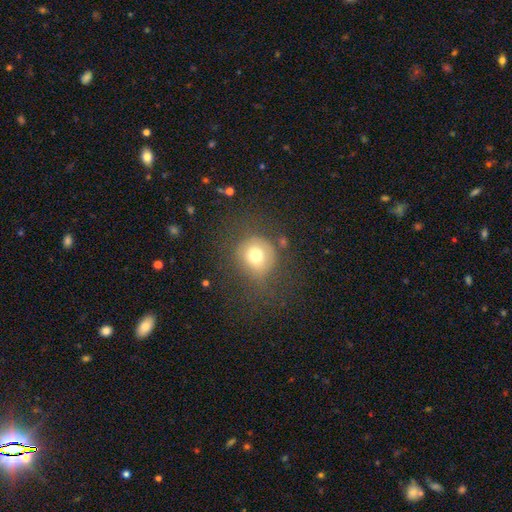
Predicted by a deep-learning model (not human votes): Overall: smooth (72%). How rounded: round (85%). Merging: none (64%).